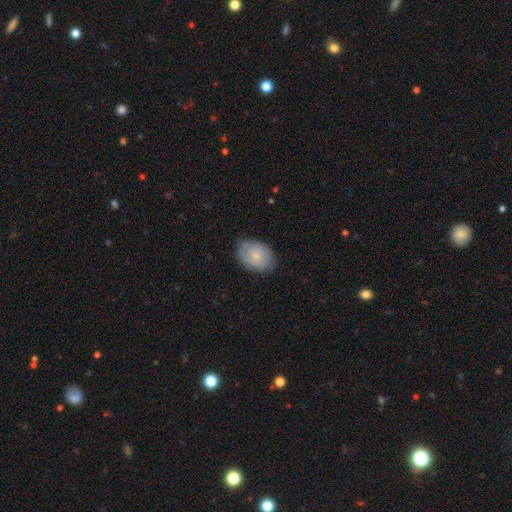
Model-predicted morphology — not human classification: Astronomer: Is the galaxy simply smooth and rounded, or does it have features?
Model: smooth — 64%.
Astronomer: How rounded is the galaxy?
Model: in between — 72%.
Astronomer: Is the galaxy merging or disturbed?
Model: none — 73%.